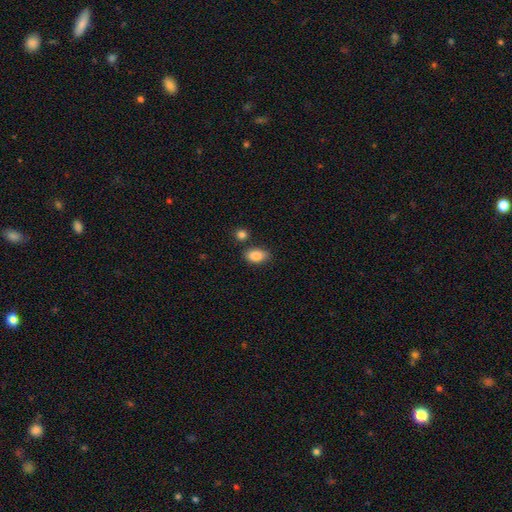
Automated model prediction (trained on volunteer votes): Morphology: type=smooth (87%); roundness=in between (87%); merging=none (74%).